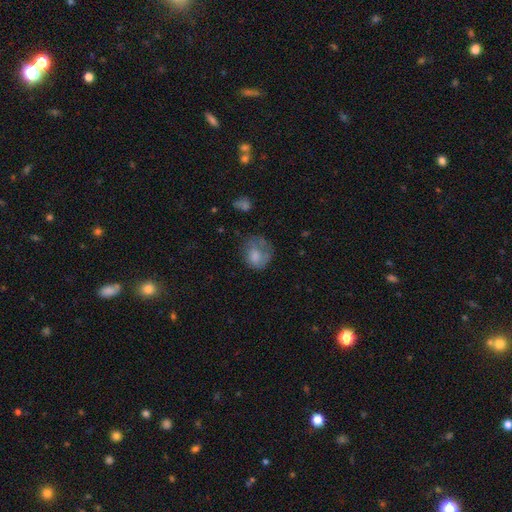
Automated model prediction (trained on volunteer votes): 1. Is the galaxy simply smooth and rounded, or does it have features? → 66% smooth, 24% featured or disk, 10% star or artifact.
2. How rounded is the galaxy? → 64% round, 36% in between, 1% cigar-shaped.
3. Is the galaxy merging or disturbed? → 39% none, 29% major disturbance, 28% minor disturbance, 4% merger.